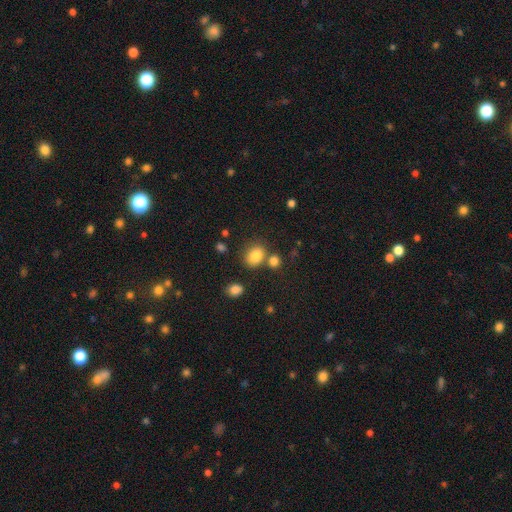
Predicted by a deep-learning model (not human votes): Smooth or featured? Predicted: smooth (p=0.83). How rounded? Predicted: in between (p=0.57). Merging? Predicted: none (p=0.62).